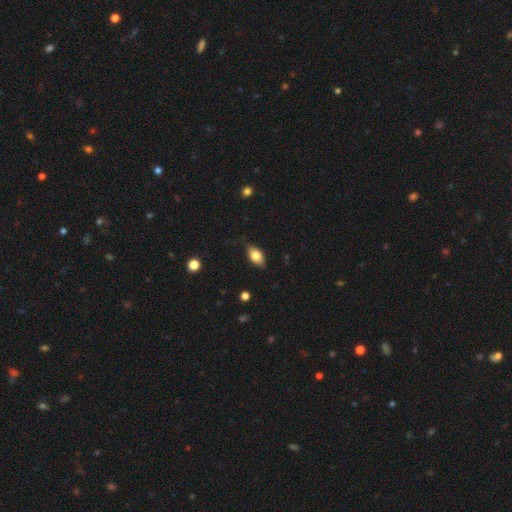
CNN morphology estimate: smooth_or_featured: smooth (p=0.81) [alt: featured or disk p=0.12]
how_rounded: in between (p=0.91) [alt: round p=0.06]
merging: none (p=0.81) [alt: minor disturbance p=0.15]